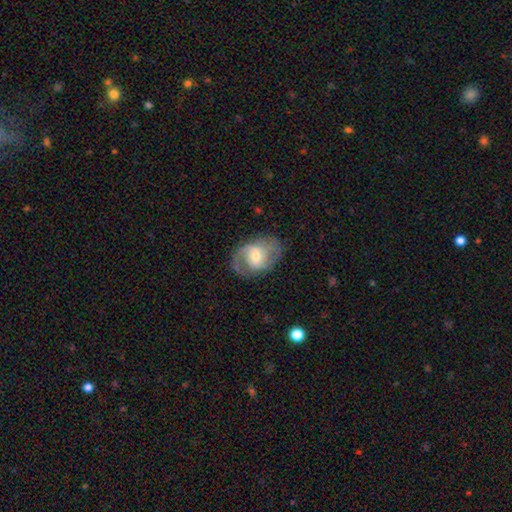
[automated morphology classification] Q: Smooth or featured?
A: featured or disk (75%); runner-up: smooth (18%)
Q: Edge-on disk?
A: no (97%); runner-up: yes (3%)
Q: Bar?
A: no (45%); runner-up: weak (44%)
Q: Spiral arms?
A: yes (91%); runner-up: no (9%)
Q: Spiral winding?
A: medium (48%); runner-up: tight (27%)
Q: Spiral arm count?
A: 2 (69%); runner-up: can't tell (13%)
Q: Bulge size?
A: moderate (56%); runner-up: small (36%)
Q: Merging?
A: none (71%); runner-up: minor disturbance (18%)